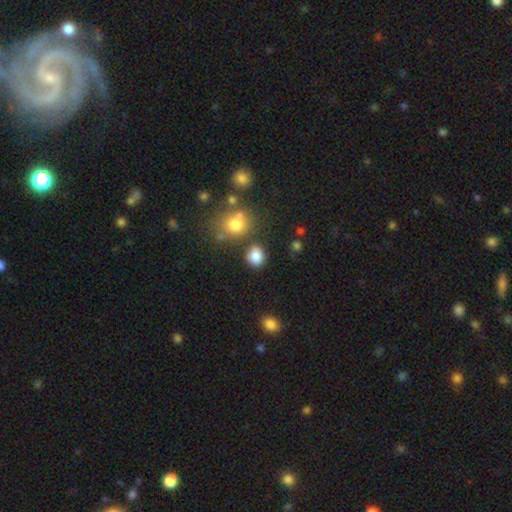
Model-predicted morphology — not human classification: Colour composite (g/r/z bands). It shows a smooth galaxy with no disk features (83%) that is round (75%). Merging: none (76%).